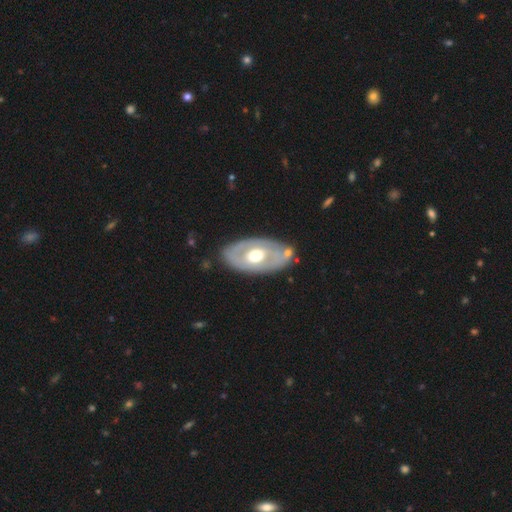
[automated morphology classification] Overall: featured or disk (65%; smooth 31%). Edge-on disk: no (90%). Bar: no (72%). Spiral arms: no (68%; yes 32%). Bulge size: moderate (70%). Merging: none (76%).